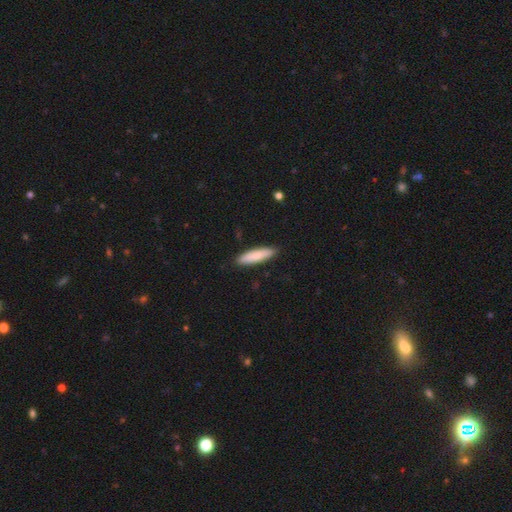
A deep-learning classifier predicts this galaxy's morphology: smooth_or_featured: smooth (p=0.82) [alt: featured or disk p=0.13]
how_rounded: cigar-shaped (p=0.77) [alt: in between p=0.22]
merging: none (p=0.89) [alt: minor disturbance p=0.08]